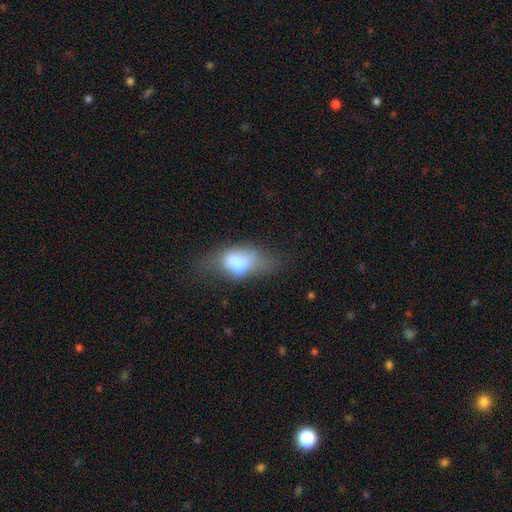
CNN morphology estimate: Overall: smooth (69%). How rounded: in between (85%). Merging: none (42%; minor disturbance 32%).